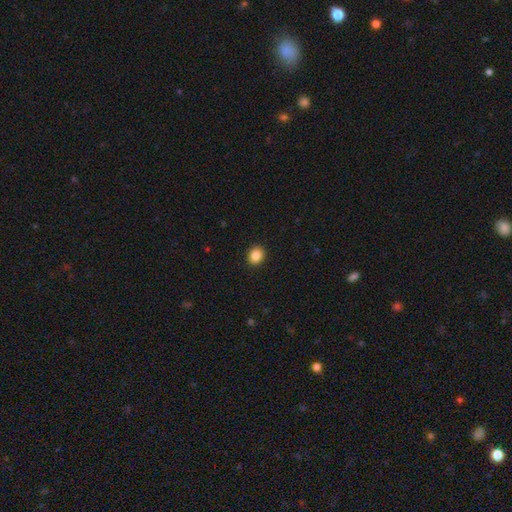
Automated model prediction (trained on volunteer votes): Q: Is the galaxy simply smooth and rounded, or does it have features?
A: smooth — 87%.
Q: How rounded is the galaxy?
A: round — 64%.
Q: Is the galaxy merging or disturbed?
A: none — 92%.